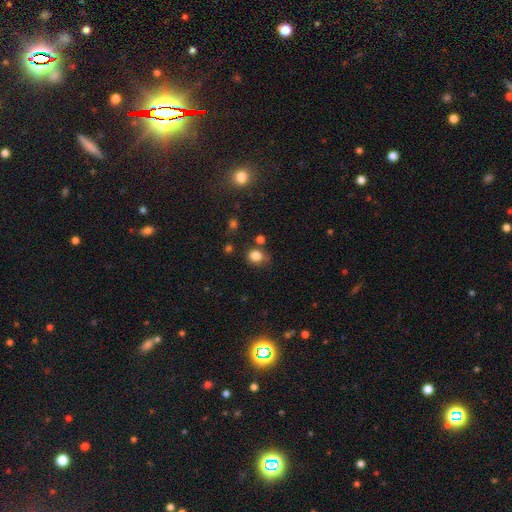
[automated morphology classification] smooth_or_featured: smooth (p=0.83) [alt: star or artifact p=0.12]
how_rounded: round (p=0.66) [alt: in between p=0.33]
merging: none (p=0.66) [alt: minor disturbance p=0.21]